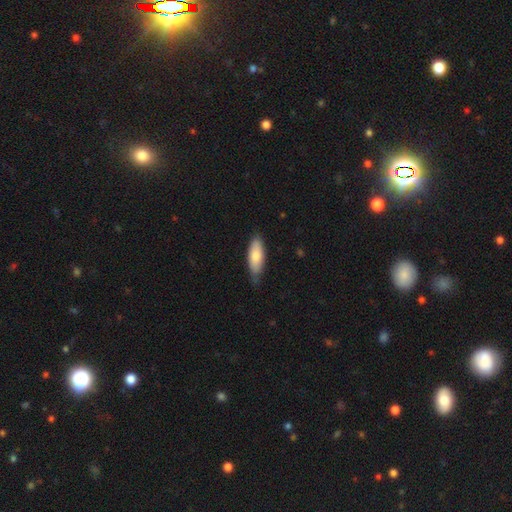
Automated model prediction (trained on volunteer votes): smooth-or-featured: smooth: 78% | featured or disk: 17% | star or artifact: 6%
  how-rounded: in between: 73% | cigar-shaped: 26% | round: 2%
  merging: none: 71% | minor disturbance: 24% | major disturbance: 3% | merger: 1%